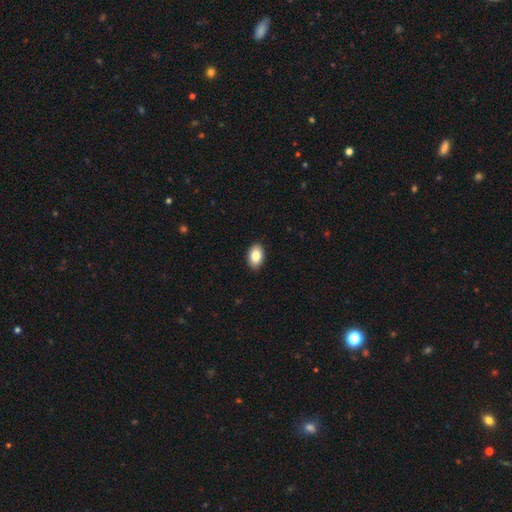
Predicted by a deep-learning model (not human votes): smooth_or_featured: smooth (p=0.84) [alt: featured or disk p=0.09]
how_rounded: in between (p=0.90) [alt: round p=0.09]
merging: none (p=0.90) [alt: minor disturbance p=0.08]